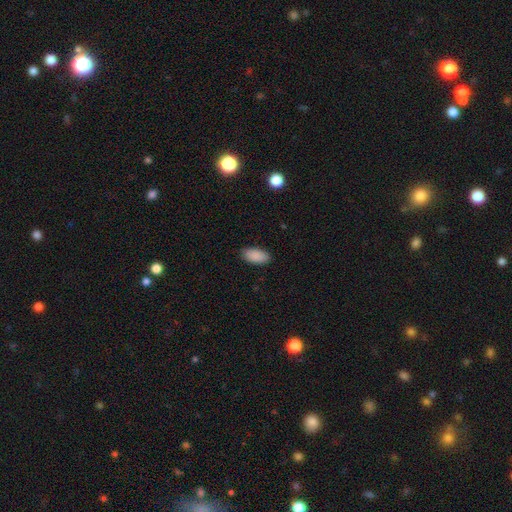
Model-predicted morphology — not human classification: A smooth galaxy with no disk features (89%) that is in between round and cigar-shaped (93%).

Vote fractions:
- Smooth or featured? smooth: 89% / star or artifact: 7% / featured or disk: 4%
- How rounded? in between: 93% / cigar-shaped: 4% / round: 2%
- Merging? none: 88% / minor disturbance: 9% / major disturbance: 2% / merger: 1%